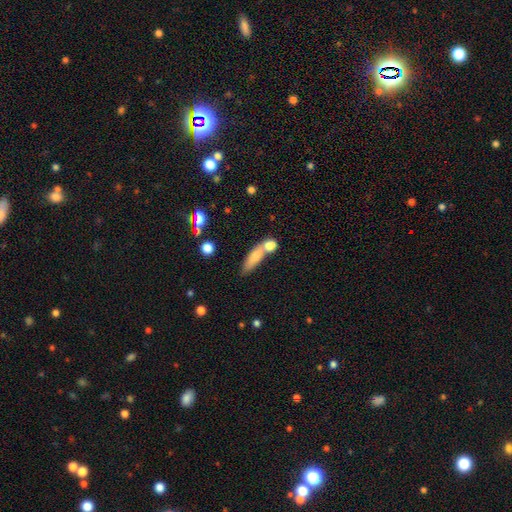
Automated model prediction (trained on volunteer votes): The model was most divided on "merging": merger: 46%, none: 36%, minor disturbance: 12%, major disturbance: 5%. More confident: smooth or featured — smooth (68%); how rounded — cigar-shaped (53%).